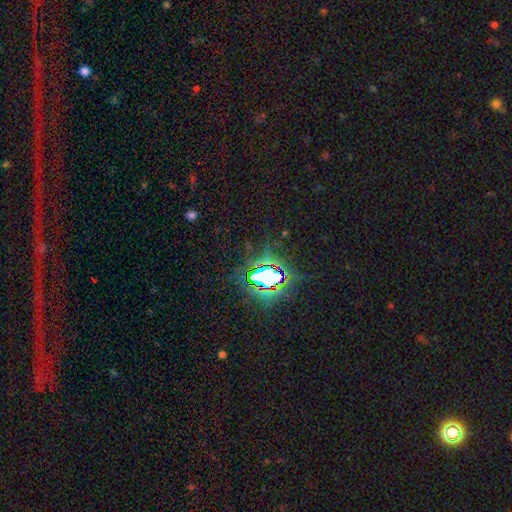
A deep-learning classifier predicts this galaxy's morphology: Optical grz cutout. It shows a star or artifact, not a galaxy (81%).